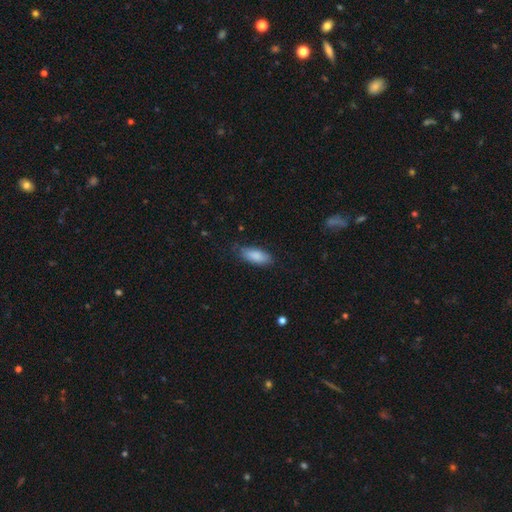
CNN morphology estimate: Smooth or featured? Predicted: smooth (p=0.87). How rounded? Predicted: in between (p=0.82). Merging? Predicted: none (p=0.74).